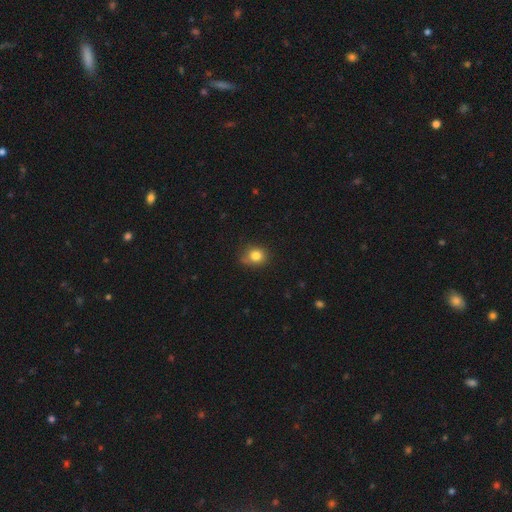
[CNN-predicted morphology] Q: Smooth or featured?
A: smooth (82%); runner-up: star or artifact (11%)
Q: How rounded?
A: round (71%); runner-up: in between (28%)
Q: Merging?
A: none (69%); runner-up: minor disturbance (23%)